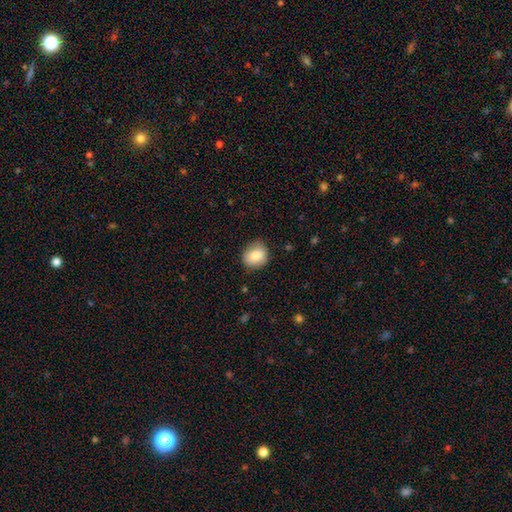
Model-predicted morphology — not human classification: Smooth or featured? Predicted: smooth (p=0.83). How rounded? Predicted: round (p=0.73). Merging? Predicted: none (p=0.83).